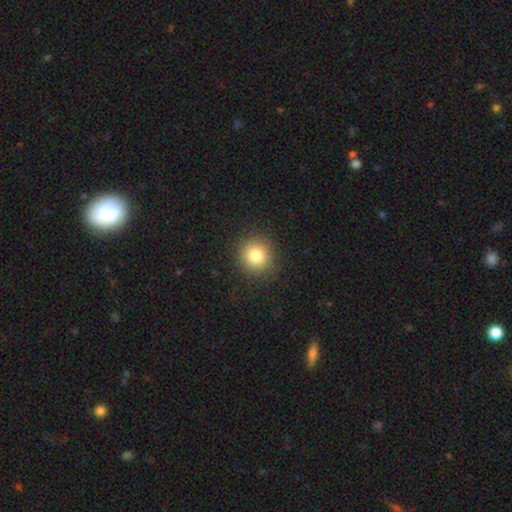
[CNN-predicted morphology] Overall: smooth (83%). How rounded: round (90%). Merging: none (89%).